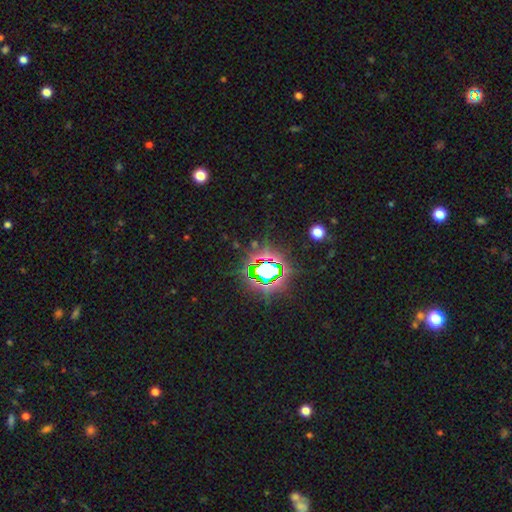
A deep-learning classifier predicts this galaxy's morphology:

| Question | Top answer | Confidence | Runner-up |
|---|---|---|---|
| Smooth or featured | star or artifact | 84% | smooth (9%) |